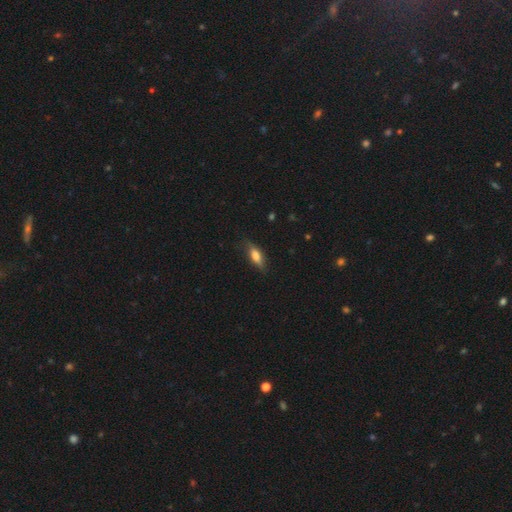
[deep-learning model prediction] This appears to be a smooth galaxy with no disk features (68%) that is in between round and cigar-shaped (62%). Merging: none (76%).